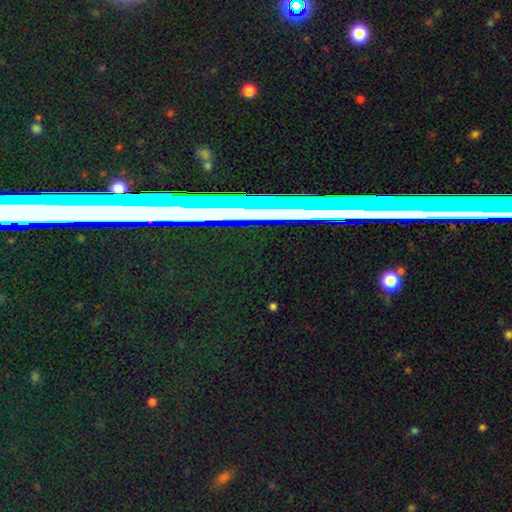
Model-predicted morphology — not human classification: Q: Smooth or featured?
A: star or artifact (60%); runner-up: featured or disk (25%)